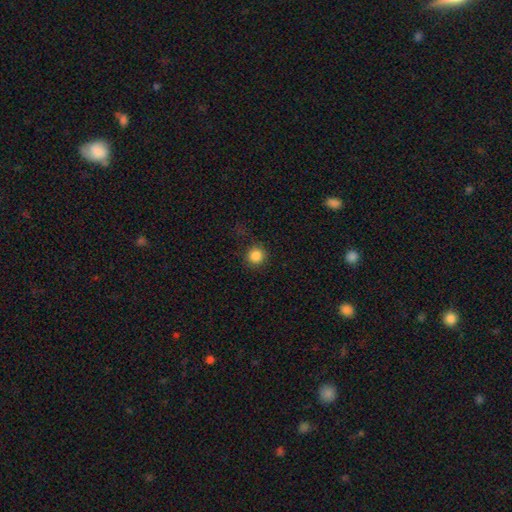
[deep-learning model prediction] A smooth galaxy with no disk features (86%) that is round (94%).

Vote fractions:
- Smooth or featured? smooth: 86% / star or artifact: 11% / featured or disk: 4%
- How rounded? round: 94% / in between: 5% / cigar-shaped: 1%
- Merging? none: 84% / minor disturbance: 10% / major disturbance: 5% / merger: 1%